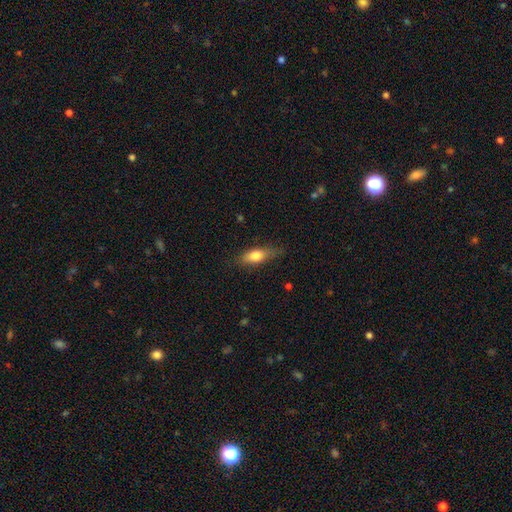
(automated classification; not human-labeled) Overall: smooth (72%). How rounded: in between (63%; cigar-shaped 33%). Merging: none (72%).